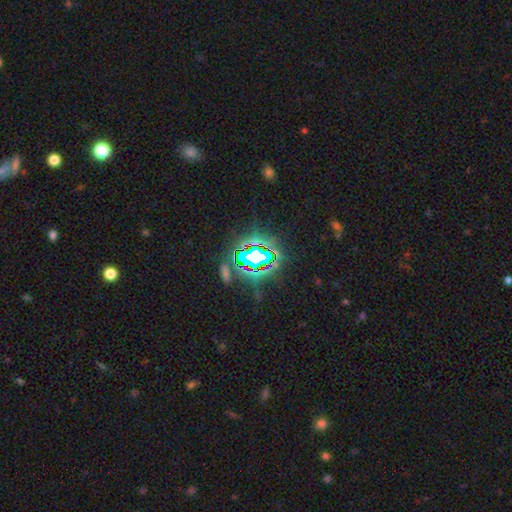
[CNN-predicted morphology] The model was most divided on "smooth or featured": star or artifact: 73%, smooth: 14%, featured or disk: 13%.